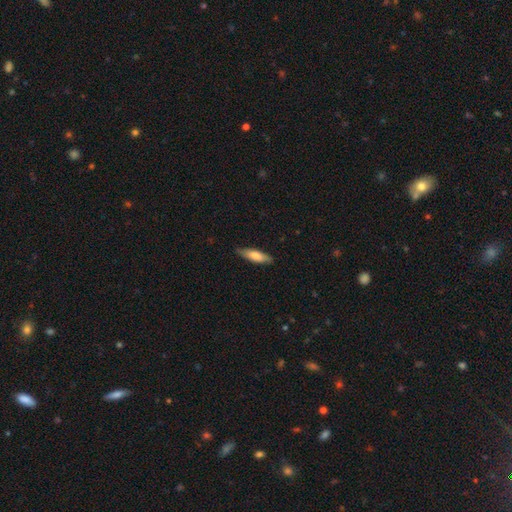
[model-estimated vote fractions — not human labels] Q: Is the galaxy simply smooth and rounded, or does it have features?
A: smooth — 74%.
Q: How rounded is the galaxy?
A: cigar-shaped — 59%.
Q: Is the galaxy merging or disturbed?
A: none — 83%.